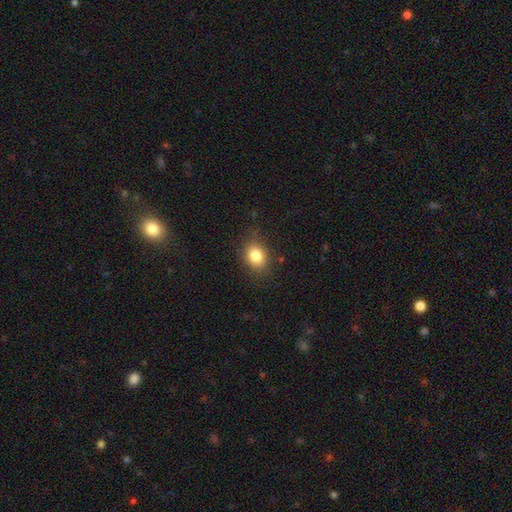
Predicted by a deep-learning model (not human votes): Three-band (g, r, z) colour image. It shows a smooth galaxy with no disk features (82%) that is in between round and cigar-shaped (50%). Merging: none (81%).